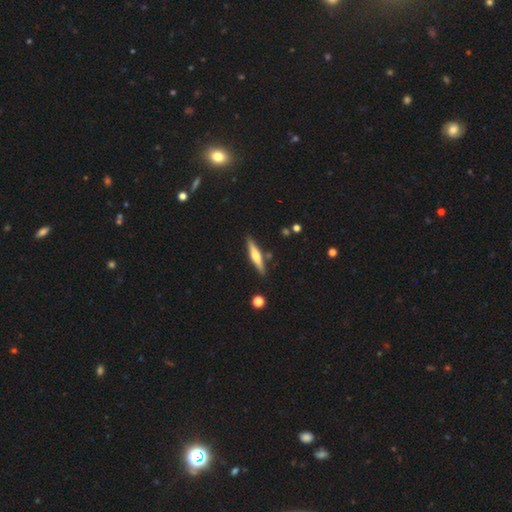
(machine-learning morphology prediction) This is likely a featured or disk galaxy (61%). It is clearly viewed edge-on (96%). Edge-on bulge: clearly rounded (90%). Merging: clearly none (87%).